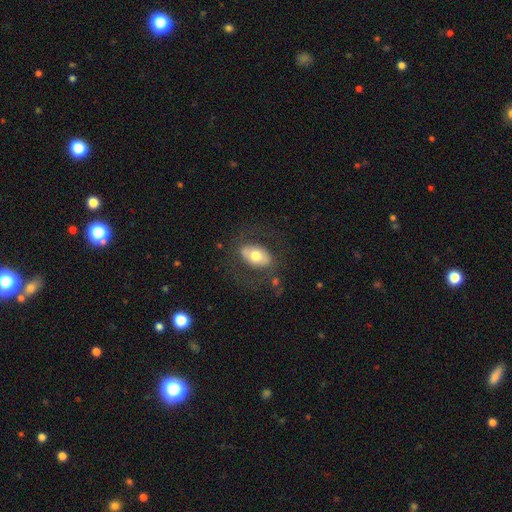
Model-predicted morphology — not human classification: Smooth or featured: smooth — 54% (featured or disk — 39%)
How rounded: in between — 88% (round — 10%)
Merging: none — 70% (minor disturbance — 15%)